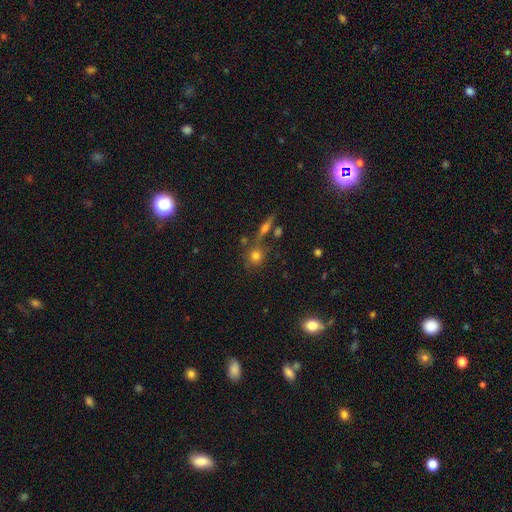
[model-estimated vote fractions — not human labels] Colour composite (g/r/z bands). It shows a smooth galaxy with no disk features (70%) that is round (84%). Merging: none (68%).